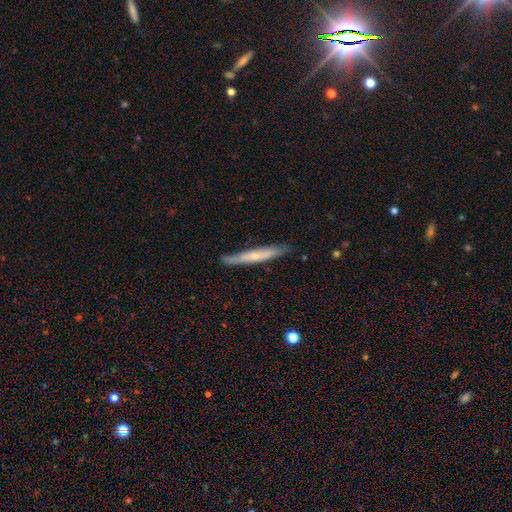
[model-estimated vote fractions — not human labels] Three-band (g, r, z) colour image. It shows a smooth galaxy with no disk features (49%). Merging: none (82%).